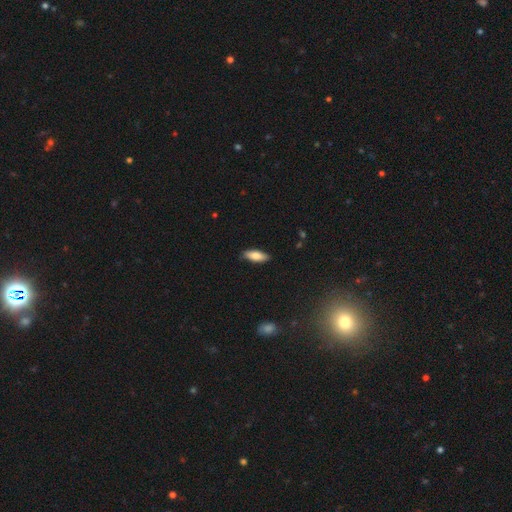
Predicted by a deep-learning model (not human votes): This appears to be a smooth galaxy with no disk features (81%) that is in between round and cigar-shaped (68%). Merging: none (86%).